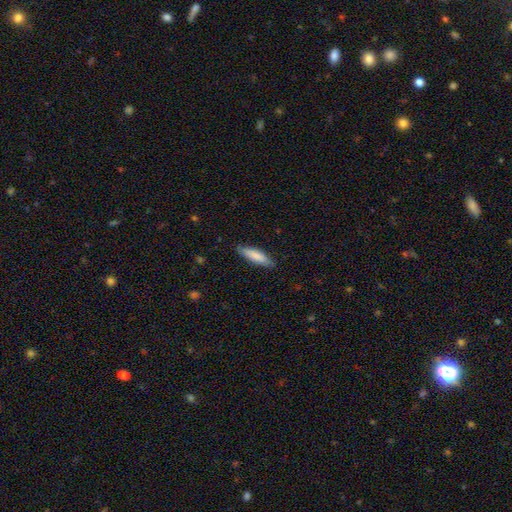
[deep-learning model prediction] smooth-or-featured: smooth: 83% | featured or disk: 11% | star or artifact: 5%
  how-rounded: cigar-shaped: 66% | in between: 33% | round: 1%
  merging: none: 84% | minor disturbance: 13% | major disturbance: 2% | merger: 1%